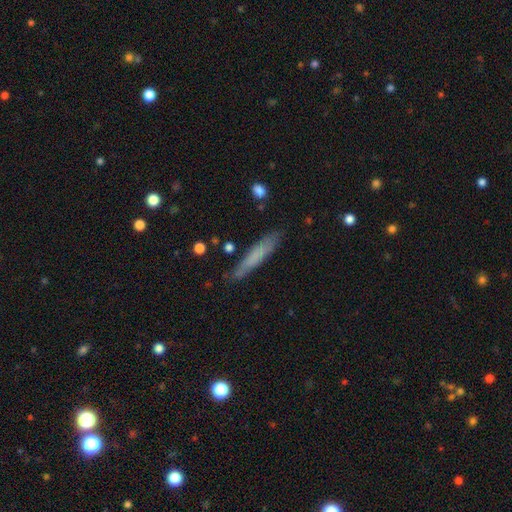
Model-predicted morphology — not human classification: smooth 68%, featured or disk 26%, star or artifact 7%. Down the decision tree: how rounded — cigar-shaped (90%); merging — none (80%).